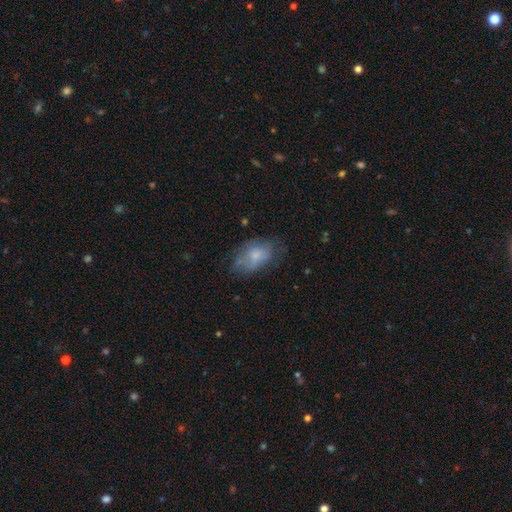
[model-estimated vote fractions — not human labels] smooth-or-featured: smooth: 64% | featured or disk: 28% | star or artifact: 9%
  how-rounded: in between: 88% | round: 10% | cigar-shaped: 2%
  merging: none: 54% | minor disturbance: 29% | major disturbance: 15% | merger: 3%